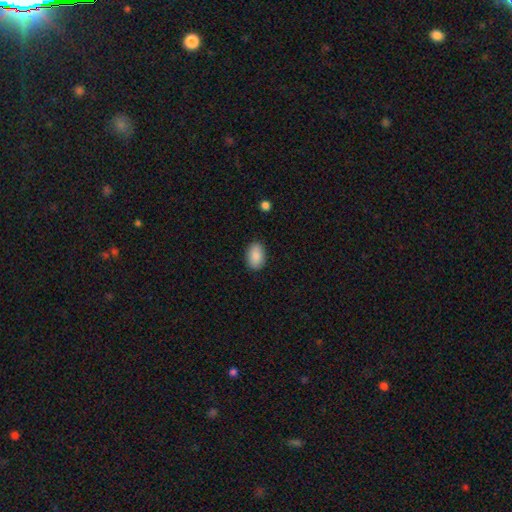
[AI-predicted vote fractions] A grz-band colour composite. It shows a smooth galaxy with no disk features (89%) that is in between round and cigar-shaped (90%). Merging: none (87%).